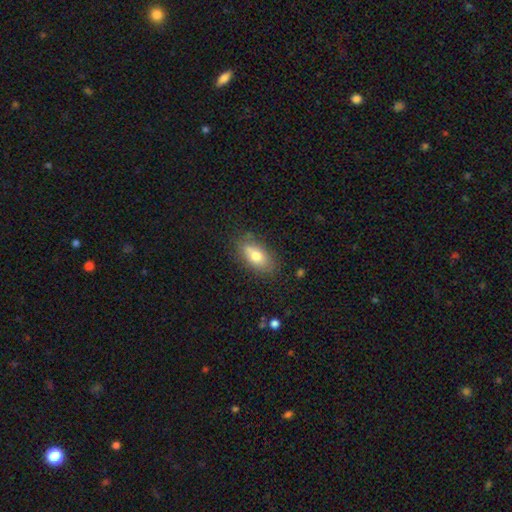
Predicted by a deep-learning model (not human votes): Smooth or featured?
  - smooth: 75% *
  - featured or disk: 17%
  - star or artifact: 8%
How rounded?
  - in between: 86% *
  - cigar-shaped: 7%
  - round: 7%
Merging?
  - none: 74% *
  - minor disturbance: 18%
  - major disturbance: 5%
  - merger: 3%